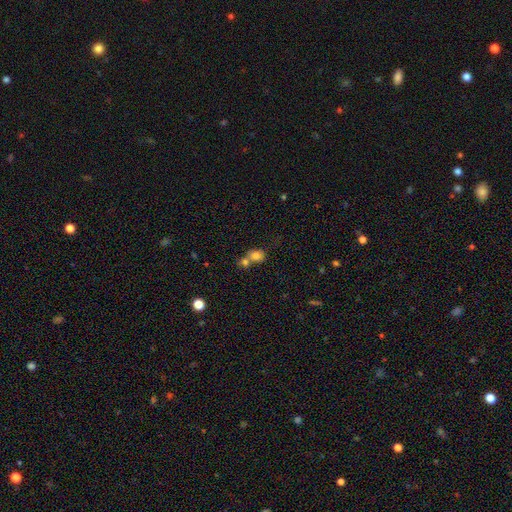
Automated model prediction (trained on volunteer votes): This appears to be a smooth galaxy with no disk features (78%) that is round (50%). Merging: merger (55%).